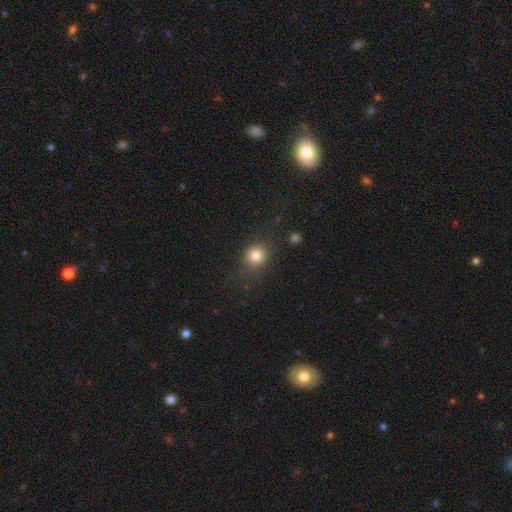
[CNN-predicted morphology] This appears to be a smooth galaxy with no disk features (81%) that is round (76%). Merging: none (77%).